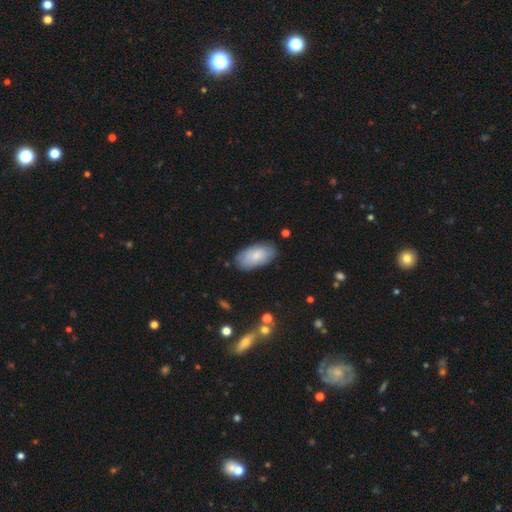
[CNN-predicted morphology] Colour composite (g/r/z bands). It shows a smooth galaxy with no disk features (76%) that is in between round and cigar-shaped (95%). Merging: none (82%).